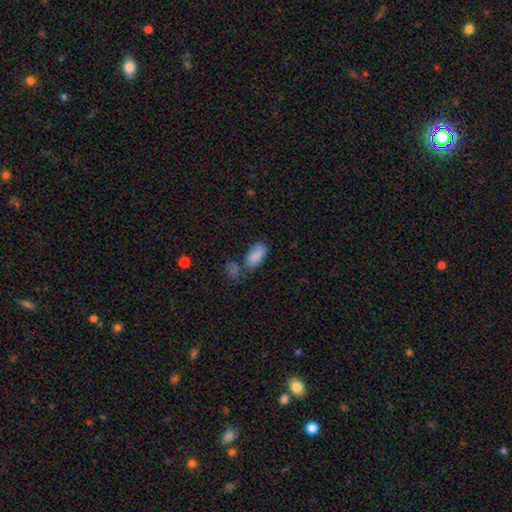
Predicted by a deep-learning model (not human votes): A smooth galaxy with no disk features (85%) that is in between round and cigar-shaped (92%). Merging: none (56%).